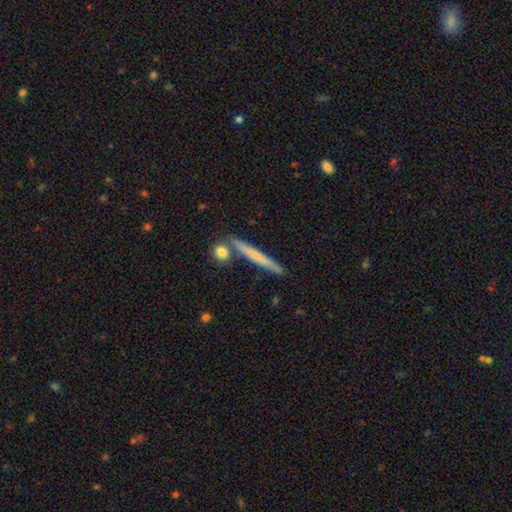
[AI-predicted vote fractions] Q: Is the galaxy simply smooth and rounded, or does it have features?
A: smooth — 52%.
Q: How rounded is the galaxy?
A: cigar-shaped — 95%.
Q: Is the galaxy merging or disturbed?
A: none — 81%.